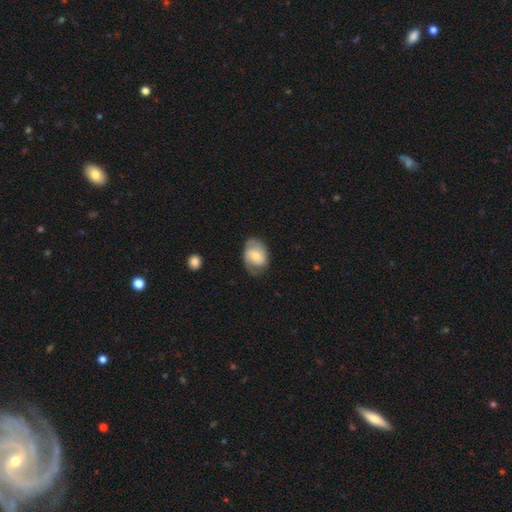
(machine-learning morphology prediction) This is possibly a featured or disk galaxy (53%). It is clearly not viewed edge-on (96%). Bar: possibly no (58%). Spiral arm pattern: clearly yes (80%). Central bulge: possibly moderate (54%). Merging: likely none (64%).